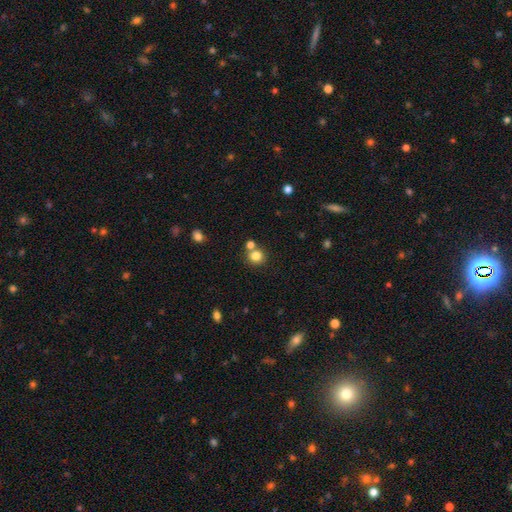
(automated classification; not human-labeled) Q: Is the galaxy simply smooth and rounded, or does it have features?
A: smooth — 81%.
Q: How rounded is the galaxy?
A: round — 89%.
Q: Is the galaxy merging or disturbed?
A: none — 66%.